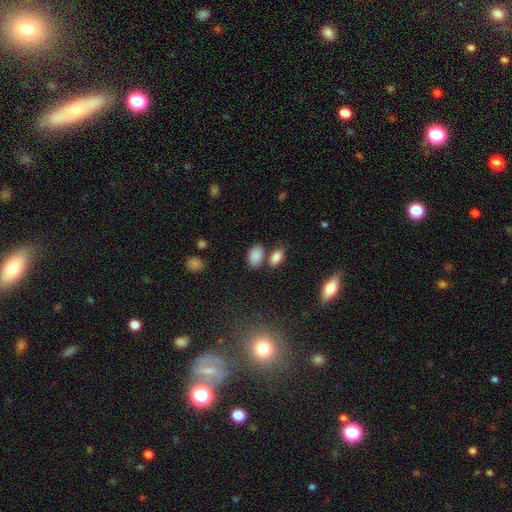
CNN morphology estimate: smooth-or-featured: smooth: 86% | star or artifact: 9% | featured or disk: 5%
  how-rounded: in between: 91% | round: 8% | cigar-shaped: 2%
  merging: none: 66% | merger: 17% | minor disturbance: 13% | major disturbance: 4%